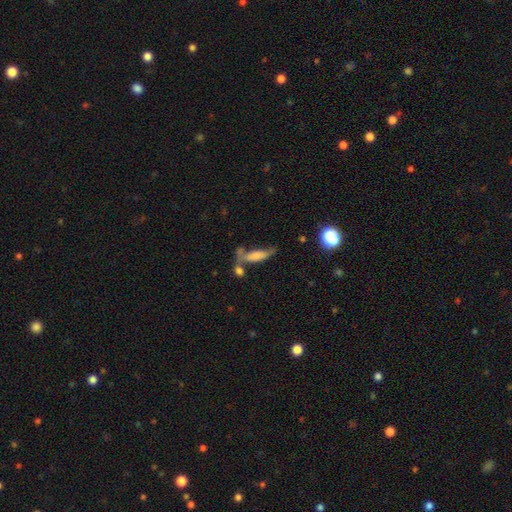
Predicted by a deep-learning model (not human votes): Smooth or featured? Predicted: smooth (p=0.63). How rounded? Predicted: cigar-shaped (p=0.50). Merging? Predicted: none (p=0.35).